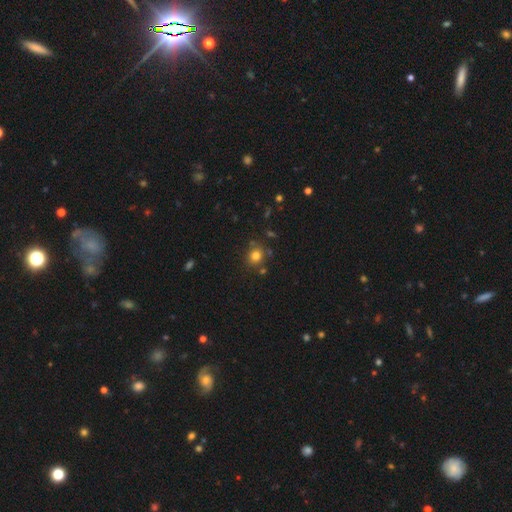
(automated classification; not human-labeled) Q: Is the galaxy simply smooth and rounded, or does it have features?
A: smooth — 78%.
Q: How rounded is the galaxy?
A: round — 82%.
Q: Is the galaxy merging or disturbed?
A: none — 78%.